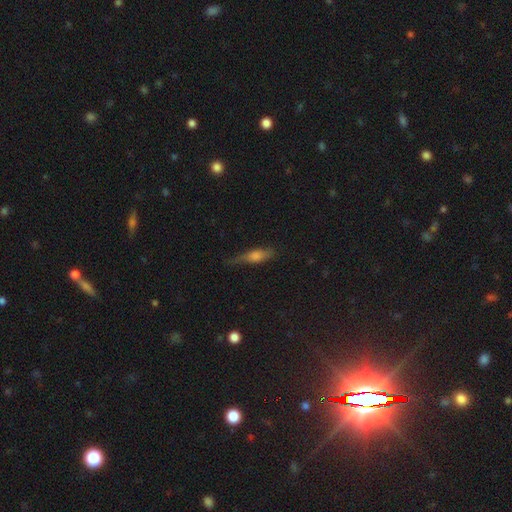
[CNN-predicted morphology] smooth-or-featured: smooth: 51% | featured or disk: 39% | star or artifact: 10%
  how-rounded: cigar-shaped: 56% | in between: 39% | round: 5%
  merging: none: 61% | minor disturbance: 28% | major disturbance: 9% | merger: 2%